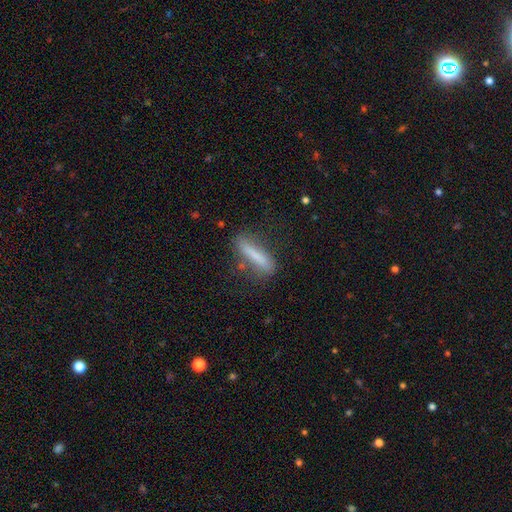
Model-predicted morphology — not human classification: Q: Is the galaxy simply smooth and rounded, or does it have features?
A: smooth — 67%.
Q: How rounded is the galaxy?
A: cigar-shaped — 85%.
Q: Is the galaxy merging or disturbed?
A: none — 72%.